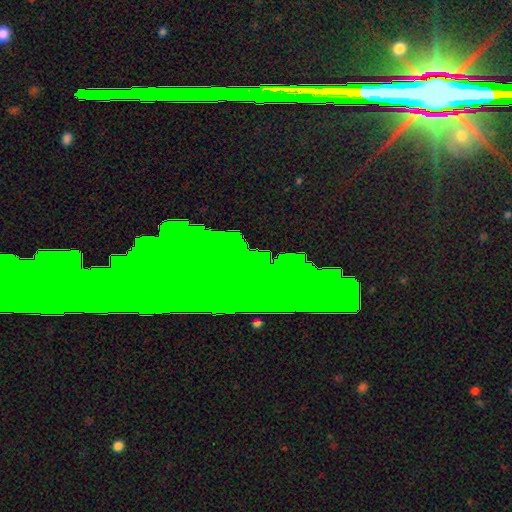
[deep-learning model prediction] This appears to be a star or artifact, not a galaxy (79%).